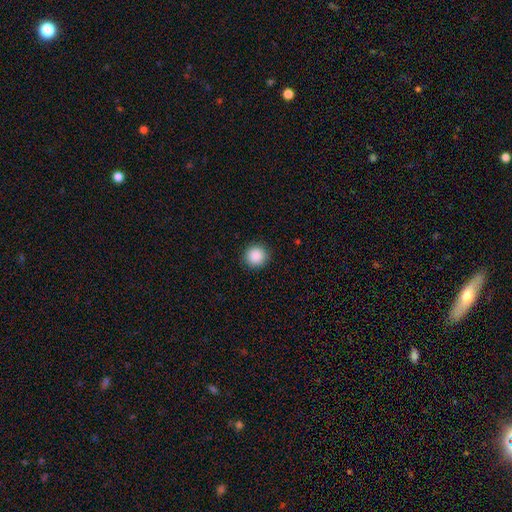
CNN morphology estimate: smooth-or-featured: smooth: 89% | star or artifact: 9% | featured or disk: 3%
  how-rounded: round: 94% | in between: 5% | cigar-shaped: 1%
  merging: none: 92% | minor disturbance: 6% | major disturbance: 2% | merger: 1%